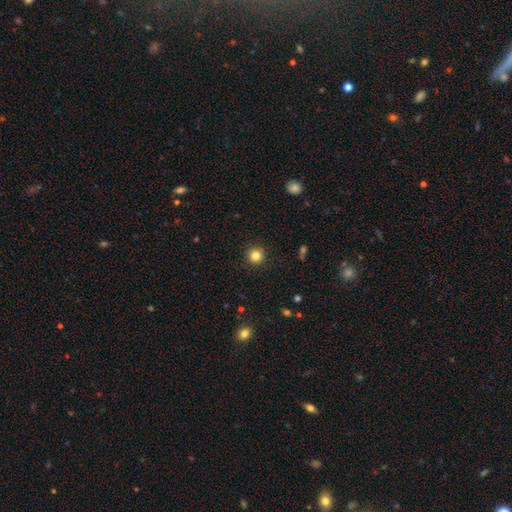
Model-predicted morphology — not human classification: Smooth or featured: smooth — 83% (star or artifact — 12%)
How rounded: round — 95% (in between — 4%)
Merging: none — 92% (minor disturbance — 5%)